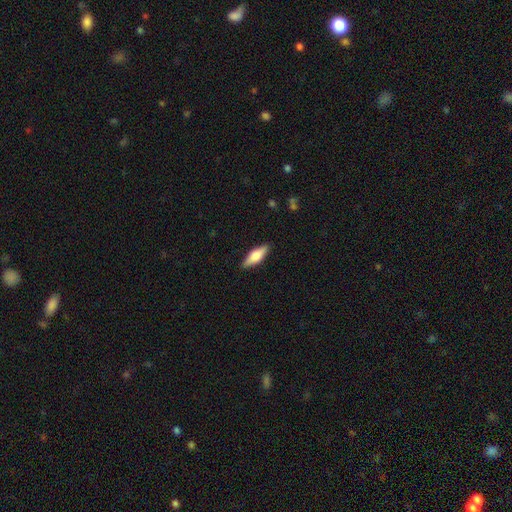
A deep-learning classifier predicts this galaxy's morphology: type=smooth (61%); roundness=in between (56%); merging=none (88%).